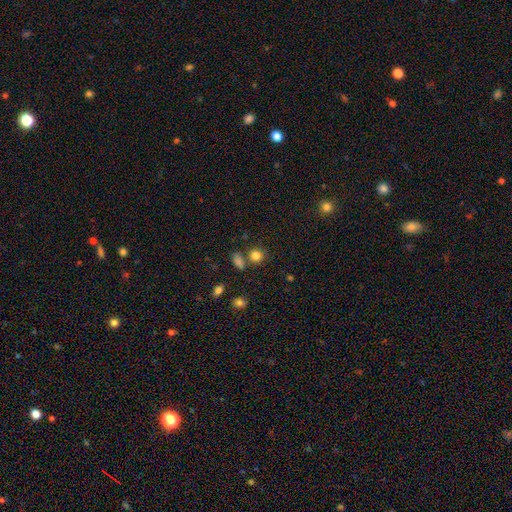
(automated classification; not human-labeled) smooth 82%, star or artifact 12%, featured or disk 6%. Down the decision tree: how rounded — round (81%); merging — none (70%).